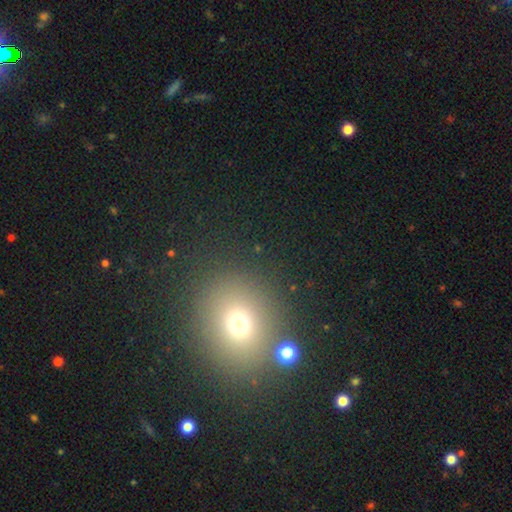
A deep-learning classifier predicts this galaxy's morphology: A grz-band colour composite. It shows a smooth galaxy with no disk features (64%) that is round (75%). Merging: none (85%).